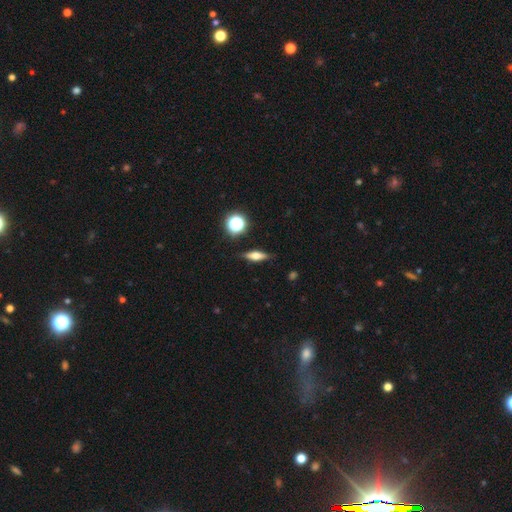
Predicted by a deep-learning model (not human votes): Smooth or featured?
  - smooth: 47% *
  - featured or disk: 42%
  - star or artifact: 11%
Merging?
  - none: 85% *
  - minor disturbance: 11%
  - major disturbance: 3%
  - merger: 2%